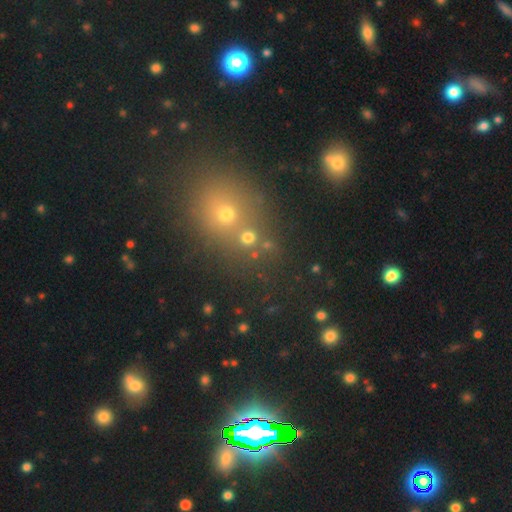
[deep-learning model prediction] The model was most divided on "smooth or featured": smooth: 48%, star or artifact: 41%, featured or disk: 11%. More confident: merging — none (67%).